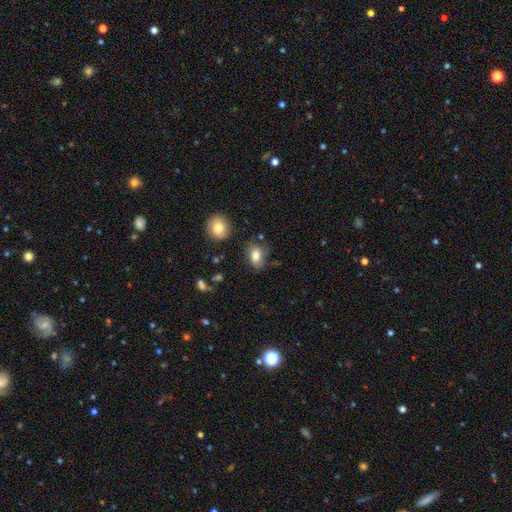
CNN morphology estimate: Smooth or featured?
  - smooth: 79% *
  - featured or disk: 11%
  - star or artifact: 10%
How rounded?
  - in between: 75% *
  - round: 24%
  - cigar-shaped: 2%
Merging?
  - none: 67% *
  - minor disturbance: 22%
  - major disturbance: 7%
  - merger: 4%